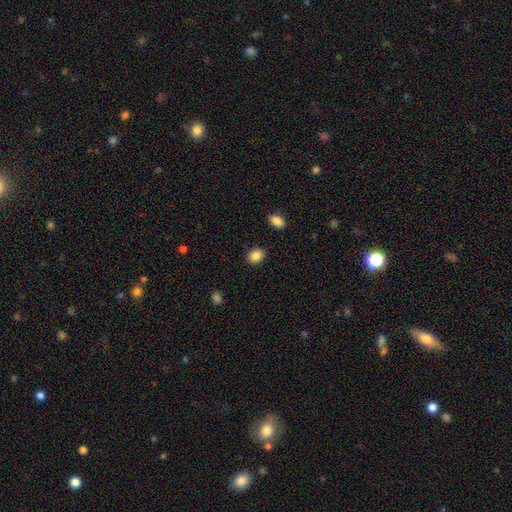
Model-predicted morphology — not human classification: Smooth or featured? Predicted: smooth (p=0.87). How rounded? Predicted: in between (p=0.51). Merging? Predicted: none (p=0.88).